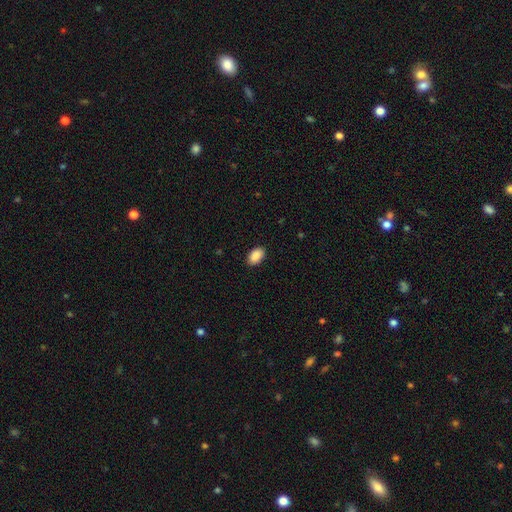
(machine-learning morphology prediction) The model was most divided on "merging": none: 89%, minor disturbance: 8%, major disturbance: 2%, merger: 1%. More confident: how rounded — in between (92%); smooth or featured — smooth (90%).